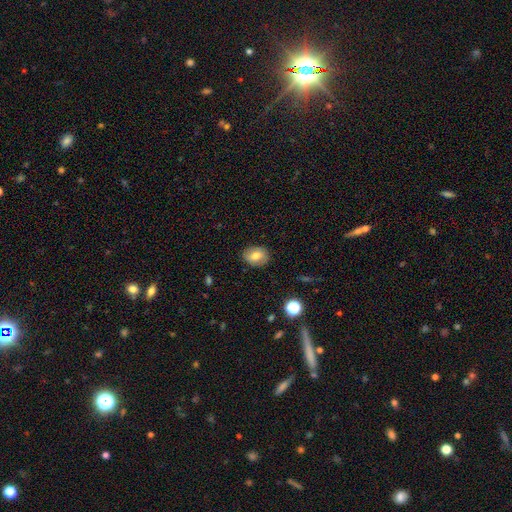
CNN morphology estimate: The model was most divided on "how rounded": in between: 59%, round: 40%, cigar-shaped: 1%. More confident: merging — none (85%); smooth or featured — smooth (71%).